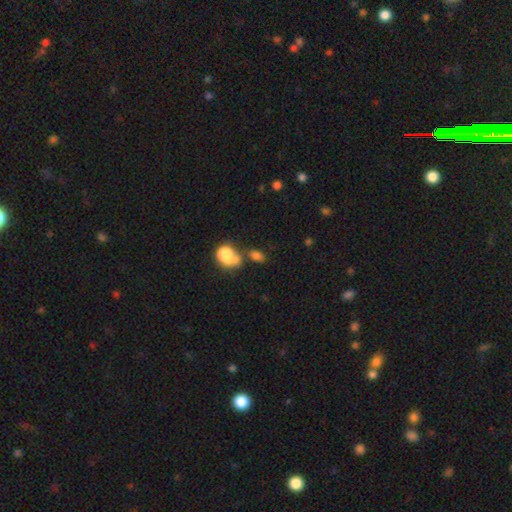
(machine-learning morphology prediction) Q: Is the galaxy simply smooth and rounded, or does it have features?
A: smooth — 60%.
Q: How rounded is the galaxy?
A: round — 52%.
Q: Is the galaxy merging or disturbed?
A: none — 42%.